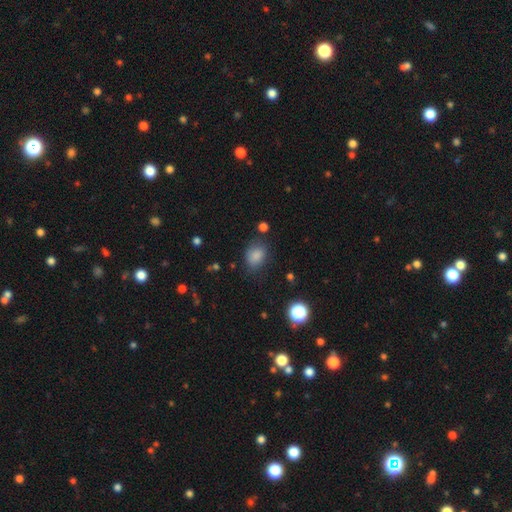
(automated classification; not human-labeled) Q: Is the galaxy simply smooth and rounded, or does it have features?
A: smooth — 83%.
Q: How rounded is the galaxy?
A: in between — 66%.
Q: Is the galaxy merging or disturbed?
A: none — 73%.